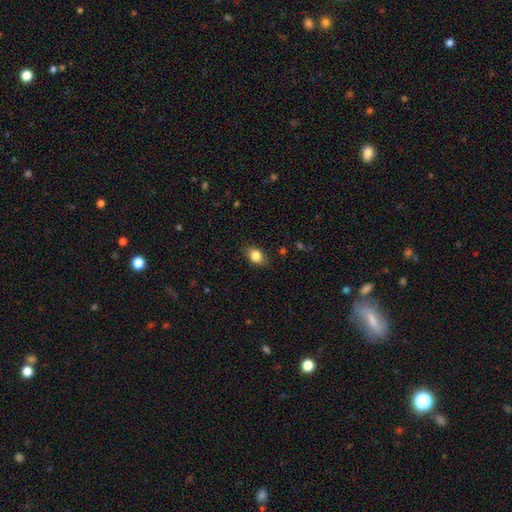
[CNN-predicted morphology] Smooth or featured?
  - smooth: 84% *
  - star or artifact: 9%
  - featured or disk: 7%
How rounded?
  - in between: 76% *
  - round: 22%
  - cigar-shaped: 2%
Merging?
  - none: 82% *
  - minor disturbance: 14%
  - major disturbance: 3%
  - merger: 1%